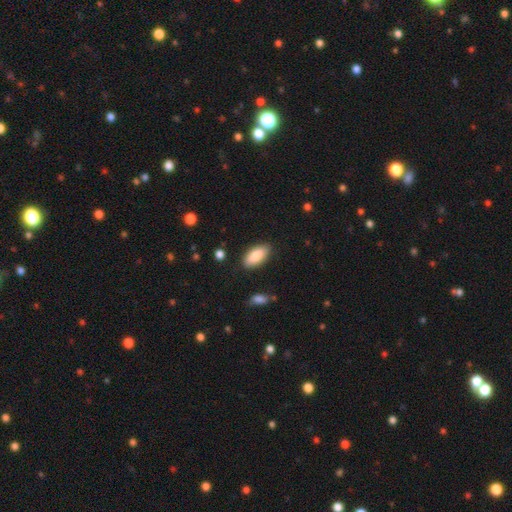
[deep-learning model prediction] Smooth or featured: smooth — 86% (featured or disk — 8%)
How rounded: in between — 90% (cigar-shaped — 8%)
Merging: none — 86% (minor disturbance — 10%)